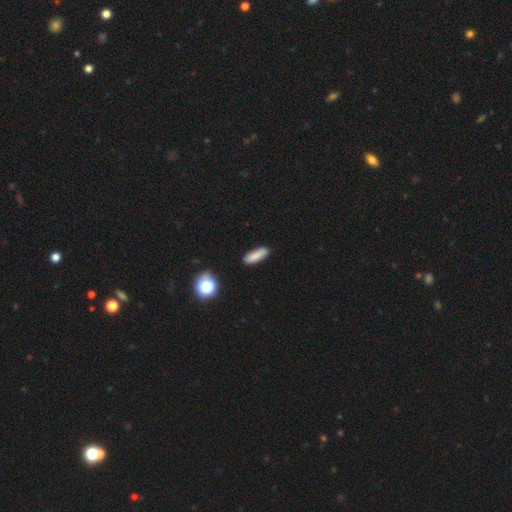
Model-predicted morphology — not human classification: Smooth or featured?
  - smooth: 84% *
  - star or artifact: 9%
  - featured or disk: 7%
How rounded?
  - cigar-shaped: 51% *
  - in between: 47%
  - round: 2%
Merging?
  - none: 86% *
  - minor disturbance: 10%
  - major disturbance: 2%
  - merger: 2%